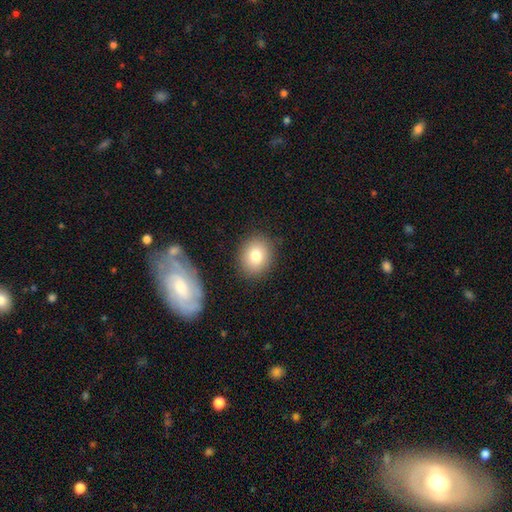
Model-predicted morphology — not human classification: The model was most divided on "how rounded": round: 64%, in between: 35%, cigar-shaped: 1%. More confident: merging — none (85%); smooth or featured — smooth (79%).